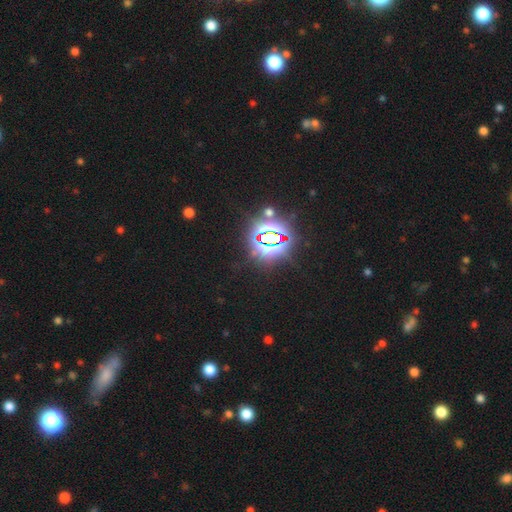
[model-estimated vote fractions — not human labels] This is clearly a star or artifact rather than a galaxy (82%).